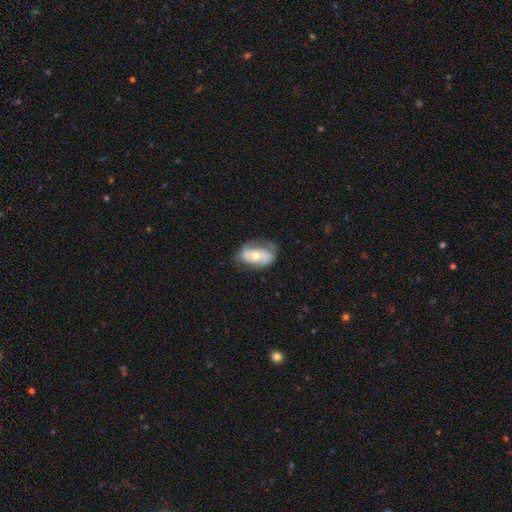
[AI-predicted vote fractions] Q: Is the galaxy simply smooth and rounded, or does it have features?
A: featured or disk — 49%.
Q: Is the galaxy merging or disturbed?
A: none — 54%.